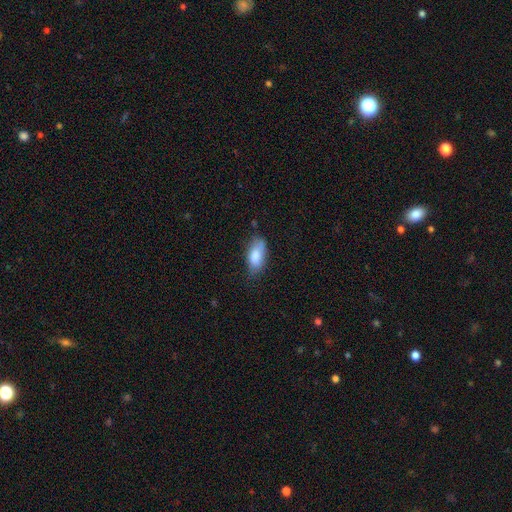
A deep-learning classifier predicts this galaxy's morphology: Q: Smooth or featured?
A: smooth (81%); runner-up: featured or disk (12%)
Q: How rounded?
A: in between (88%); runner-up: cigar-shaped (9%)
Q: Merging?
A: none (61%); runner-up: minor disturbance (29%)